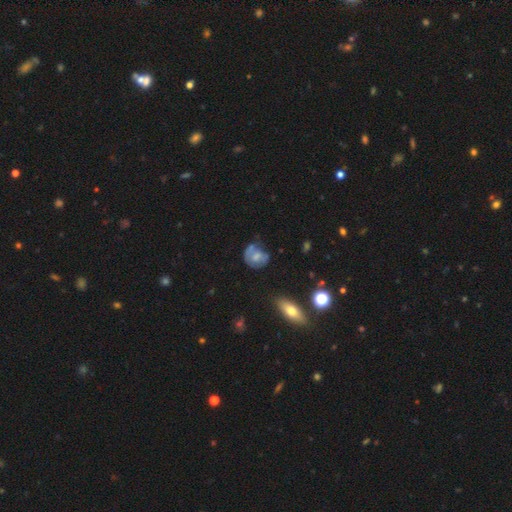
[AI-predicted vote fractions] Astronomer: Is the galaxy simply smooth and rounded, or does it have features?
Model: smooth — 50% (runner-up: featured or disk, 40%).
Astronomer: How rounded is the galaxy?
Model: round — 60% (runner-up: in between, 39%).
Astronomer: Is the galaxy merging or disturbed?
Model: none — 47% (runner-up: minor disturbance, 29%).